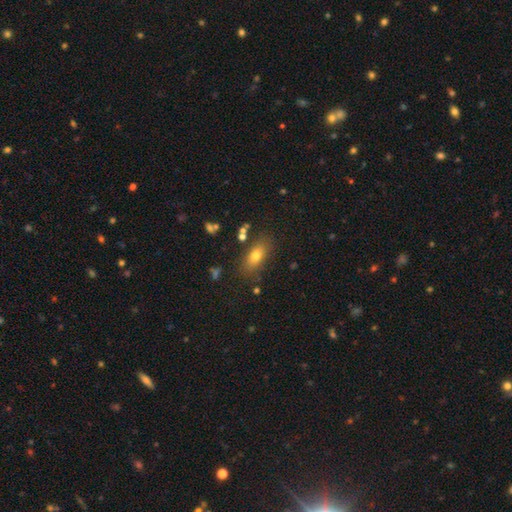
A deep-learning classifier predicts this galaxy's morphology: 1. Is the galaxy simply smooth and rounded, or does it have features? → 74% smooth, 15% featured or disk, 11% star or artifact.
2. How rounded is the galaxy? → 79% in between, 13% cigar-shaped, 8% round.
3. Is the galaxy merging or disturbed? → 80% none, 12% minor disturbance, 4% major disturbance, 4% merger.